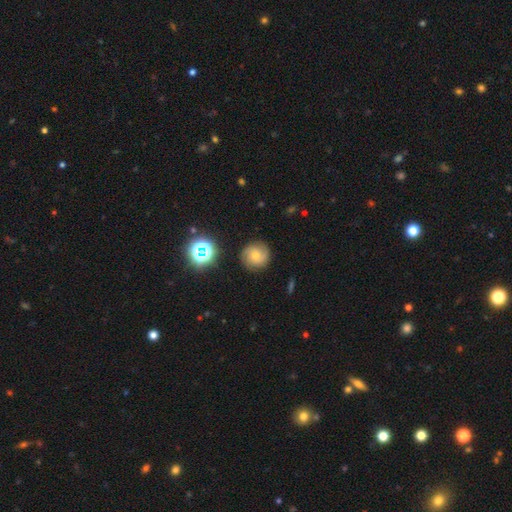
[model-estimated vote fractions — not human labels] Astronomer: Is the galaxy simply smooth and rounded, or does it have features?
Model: featured or disk — 48% (runner-up: smooth, 38%).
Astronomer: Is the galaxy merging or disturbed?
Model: none — 85%.